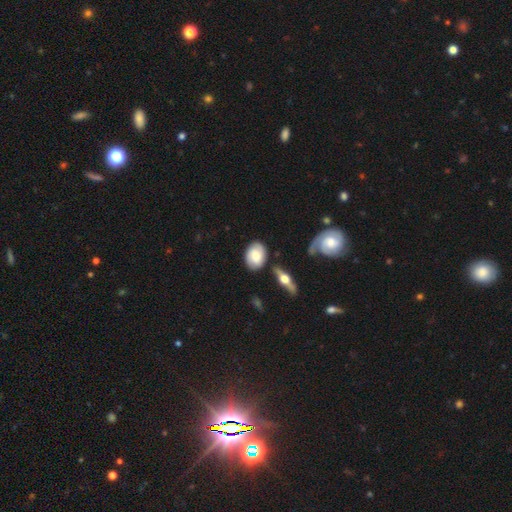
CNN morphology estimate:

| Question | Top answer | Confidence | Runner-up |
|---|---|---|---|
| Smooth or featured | smooth | 59% | featured or disk (34%) |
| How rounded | in between | 78% | round (20%) |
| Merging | none | 73% | minor disturbance (18%) |